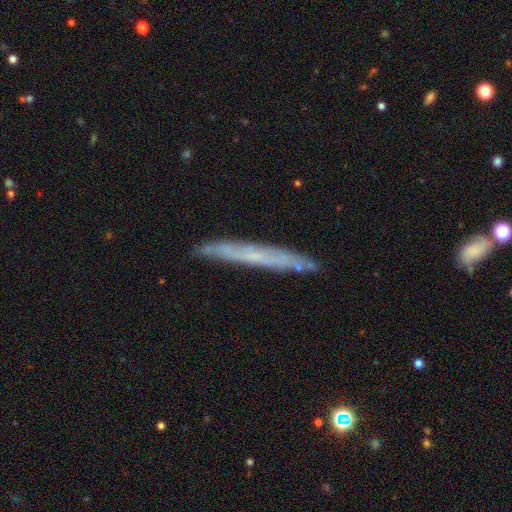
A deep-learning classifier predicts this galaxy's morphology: Smooth or featured? Predicted: featured or disk (p=0.53). Edge-on disk? Predicted: yes (p=0.88). Merging? Predicted: none (p=0.86).